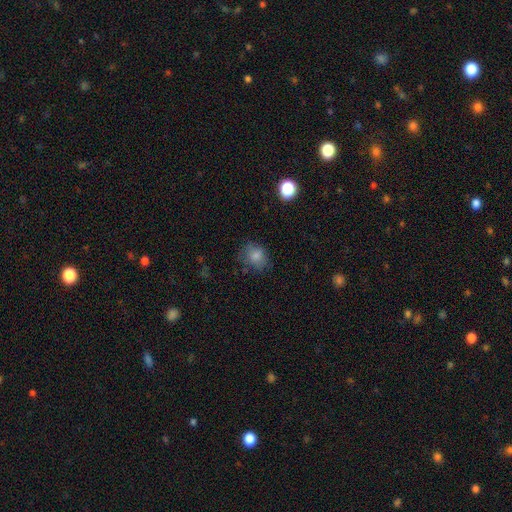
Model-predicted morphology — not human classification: Smooth or featured? smooth (79%)
How rounded? round (55%)
Merging? none (67%)